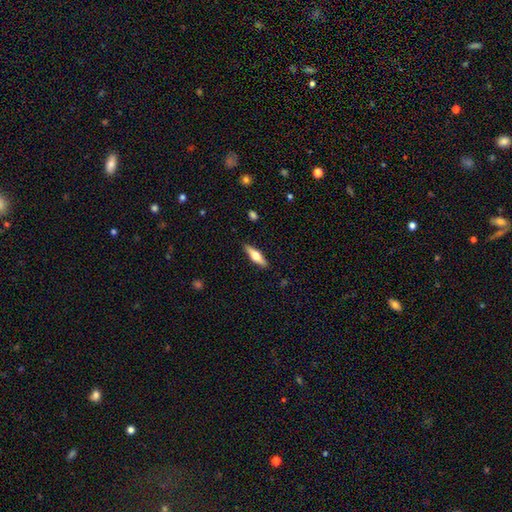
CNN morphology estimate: Smooth or featured: featured or disk — 50% (smooth — 44%)
Edge-on disk: yes — 93% (no — 7%)
Merging: none — 89% (minor disturbance — 8%)